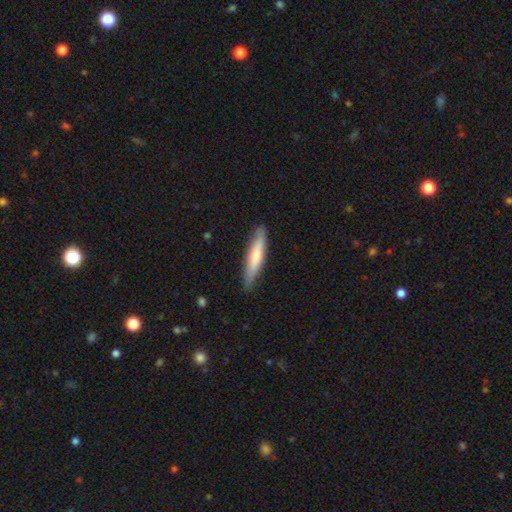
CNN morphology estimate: A smooth galaxy with no disk features (66%) that is cigar-shaped (85%).

Vote fractions:
- Smooth or featured? smooth: 66% / featured or disk: 29% / star or artifact: 5%
- How rounded? cigar-shaped: 85% / in between: 13% / round: 1%
- Merging? none: 85% / minor disturbance: 12% / major disturbance: 2% / merger: 1%